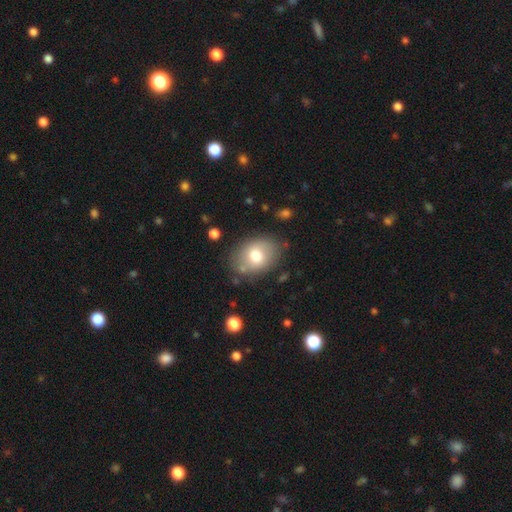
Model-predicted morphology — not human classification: Overall: smooth (71%). How rounded: in between (68%; round 31%). Merging: none (78%).